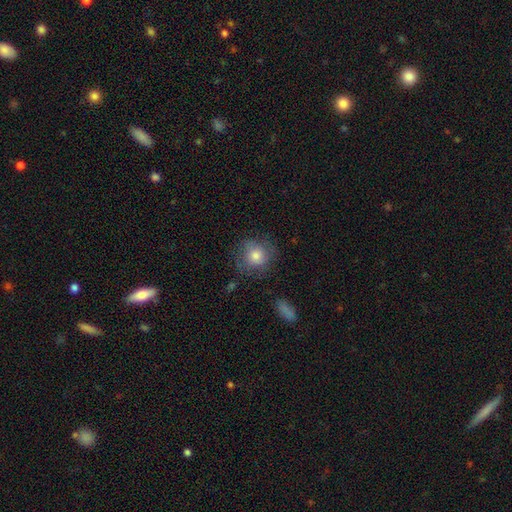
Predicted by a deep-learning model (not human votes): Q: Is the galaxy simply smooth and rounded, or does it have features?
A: smooth — 76%.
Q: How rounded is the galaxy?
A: round — 87%.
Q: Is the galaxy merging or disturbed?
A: none — 72%.